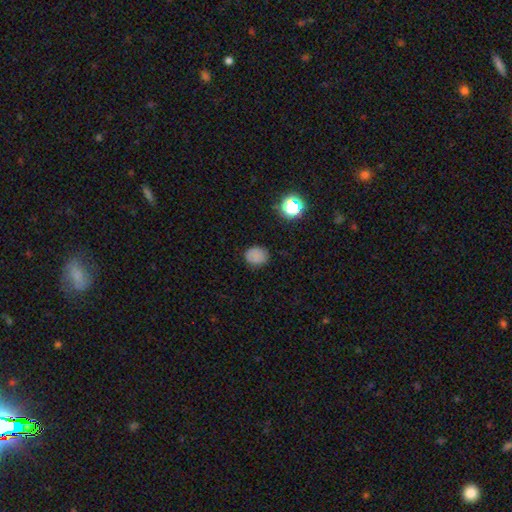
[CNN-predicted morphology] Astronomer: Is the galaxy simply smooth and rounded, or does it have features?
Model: smooth — 77%.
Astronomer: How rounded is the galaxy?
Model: round — 72%.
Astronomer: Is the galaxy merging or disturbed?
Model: none — 83%.